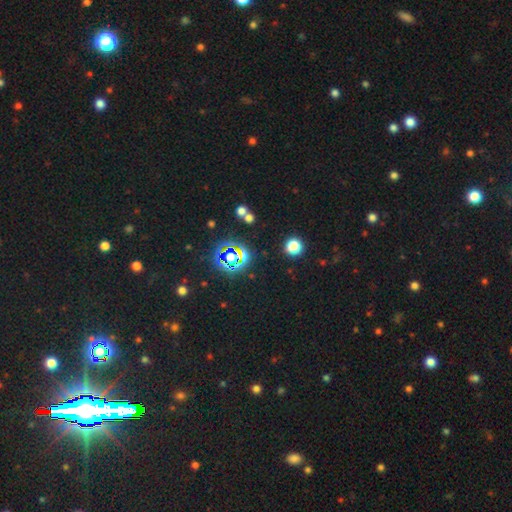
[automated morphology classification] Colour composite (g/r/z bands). It shows a star or artifact, not a galaxy (77%).